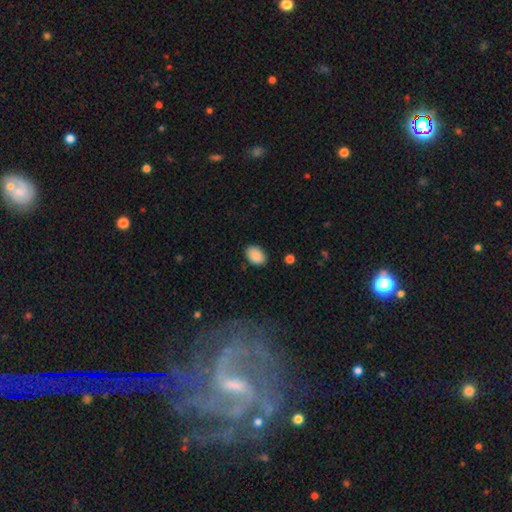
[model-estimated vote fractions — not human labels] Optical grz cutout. It shows a smooth galaxy with no disk features (89%) that is in between round and cigar-shaped (82%). Merging: none (83%).